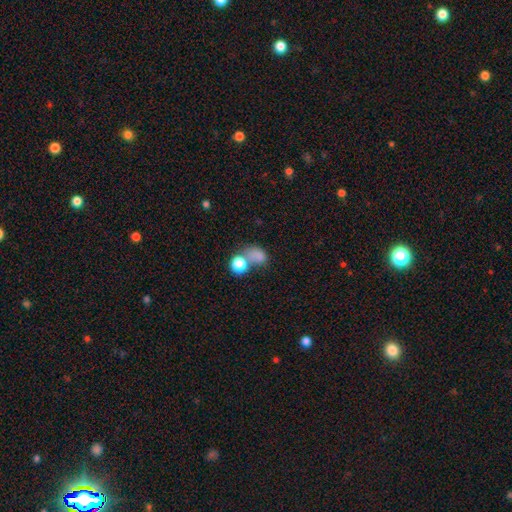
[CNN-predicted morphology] Smooth or featured? smooth (74%)
How rounded? in between (55%)
Merging? merger (37%)